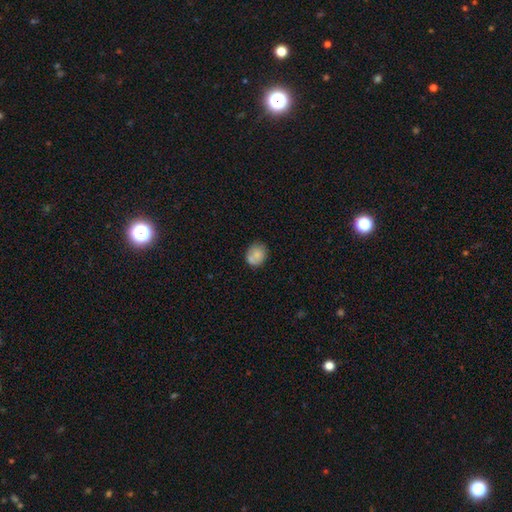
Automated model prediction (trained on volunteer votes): This is likely a smooth galaxy (77%). How rounded: likely round (67%). Merging: possibly none (60%).